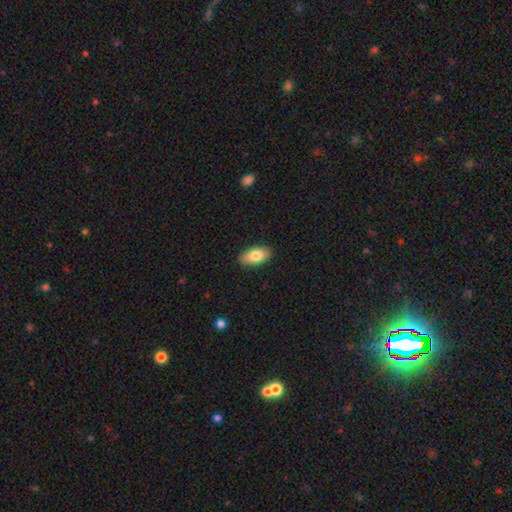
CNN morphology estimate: Q: Smooth or featured?
A: smooth (81%); runner-up: featured or disk (13%)
Q: How rounded?
A: in between (93%); runner-up: round (4%)
Q: Merging?
A: none (89%); runner-up: minor disturbance (9%)